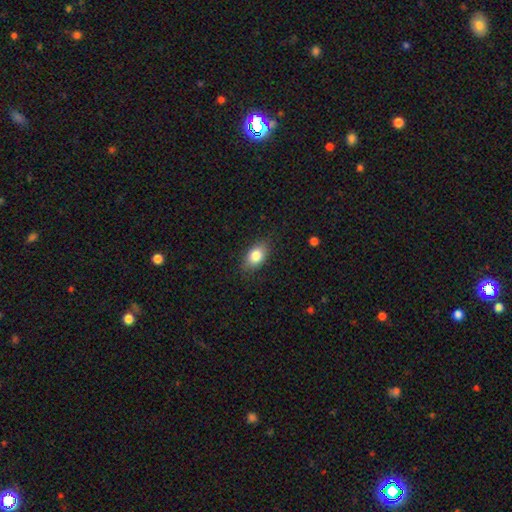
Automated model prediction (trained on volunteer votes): Smooth or featured? Predicted: smooth (p=0.82). How rounded? Predicted: in between (p=0.86). Merging? Predicted: none (p=0.84).